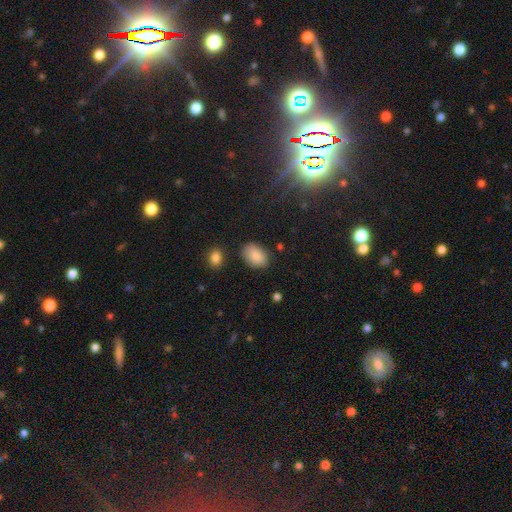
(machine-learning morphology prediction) Smooth or featured: smooth — 87% (star or artifact — 7%)
How rounded: in between — 87% (round — 11%)
Merging: none — 78% (minor disturbance — 16%)